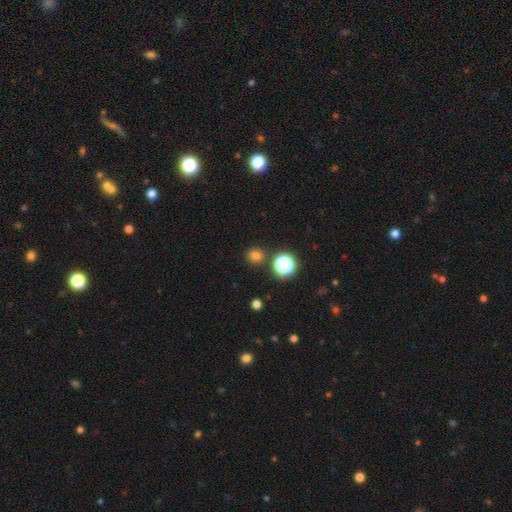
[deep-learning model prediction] Smooth or featured? Predicted: smooth (p=0.75). How rounded? Predicted: round (p=0.89). Merging? Predicted: none (p=0.87).